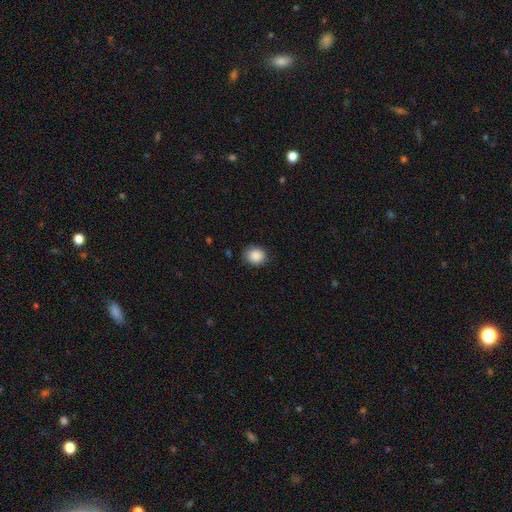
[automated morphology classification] A smooth galaxy with no disk features (88%) that is round (71%).

Vote fractions:
- Smooth or featured? smooth: 88% / star or artifact: 8% / featured or disk: 4%
- How rounded? round: 71% / in between: 29% / cigar-shaped: 1%
- Merging? none: 83% / minor disturbance: 13% / major disturbance: 3% / merger: 1%